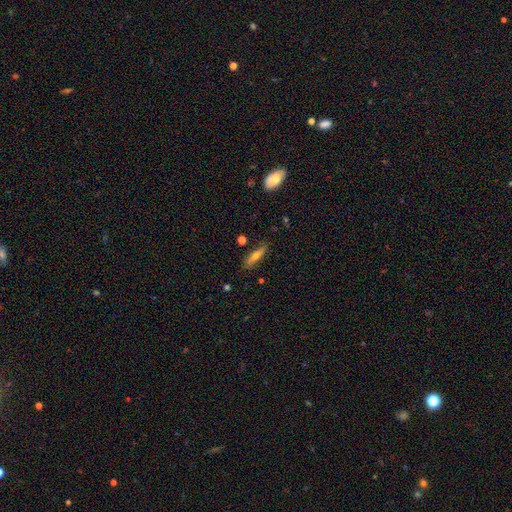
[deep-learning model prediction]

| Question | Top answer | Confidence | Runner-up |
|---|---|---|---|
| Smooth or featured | smooth | 49% | featured or disk (43%) |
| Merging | none | 80% | minor disturbance (15%) |